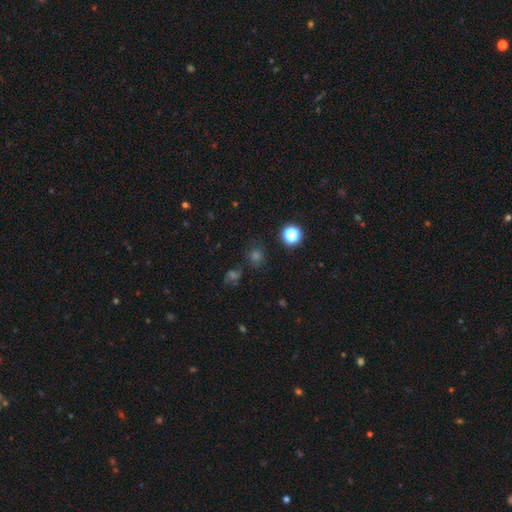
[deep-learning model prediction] Smooth or featured? smooth (55%)
How rounded? round (83%)
Merging? none (80%)